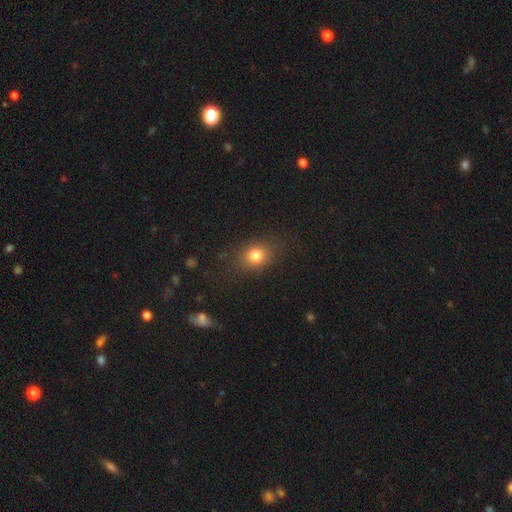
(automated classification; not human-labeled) A smooth galaxy with no disk features (79%) that is round (51%).

Vote fractions:
- Smooth or featured? smooth: 79% / star or artifact: 12% / featured or disk: 9%
- How rounded? round: 51% / in between: 48% / cigar-shaped: 2%
- Merging? none: 80% / minor disturbance: 13% / major disturbance: 5% / merger: 1%